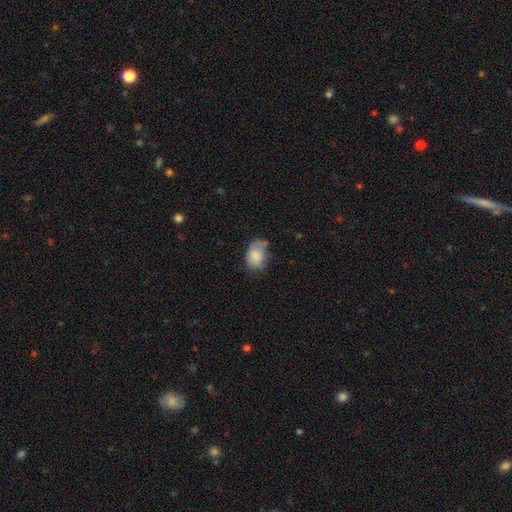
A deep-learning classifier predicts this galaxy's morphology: Smooth or featured? smooth (78%)
How rounded? in between (76%)
Merging? none (43%)